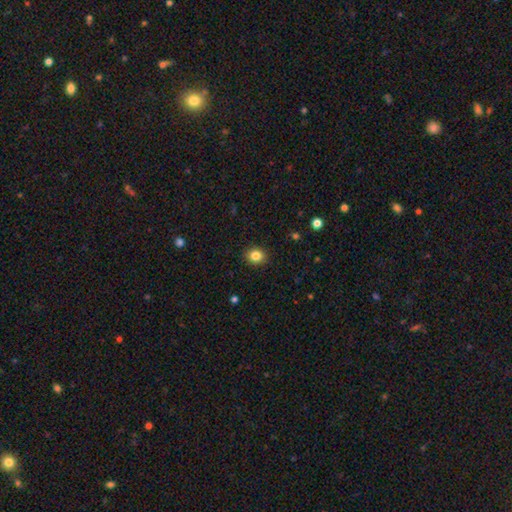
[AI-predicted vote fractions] smooth-or-featured: smooth: 84% | star or artifact: 11% | featured or disk: 5%
  how-rounded: round: 74% | in between: 25% | cigar-shaped: 1%
  merging: none: 90% | minor disturbance: 7% | major disturbance: 2% | merger: 1%